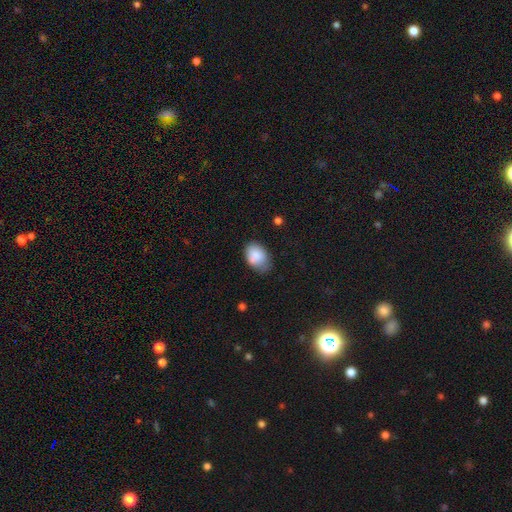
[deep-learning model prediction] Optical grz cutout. It shows a smooth galaxy with no disk features (84%) that is in between round and cigar-shaped (82%). Merging: none (58%).